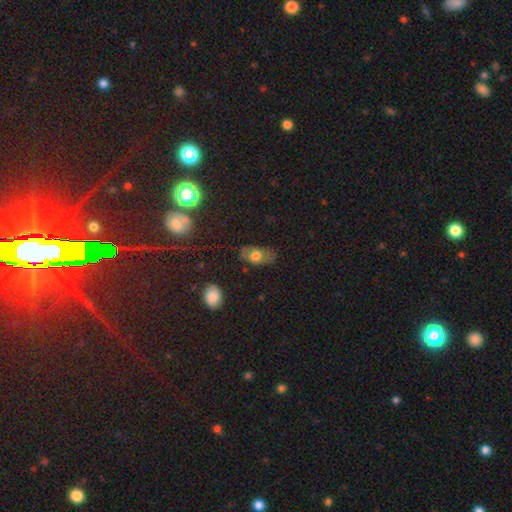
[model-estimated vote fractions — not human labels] A smooth galaxy with no disk features (63%) that is in between round and cigar-shaped (85%). Merging: none (61%).